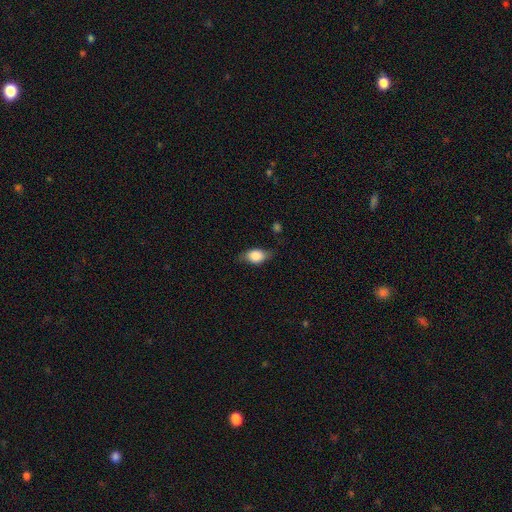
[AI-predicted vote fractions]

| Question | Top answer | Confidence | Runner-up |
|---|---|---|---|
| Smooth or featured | smooth | 76% | featured or disk (16%) |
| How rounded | in between | 78% | round (18%) |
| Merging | none | 69% | minor disturbance (22%) |